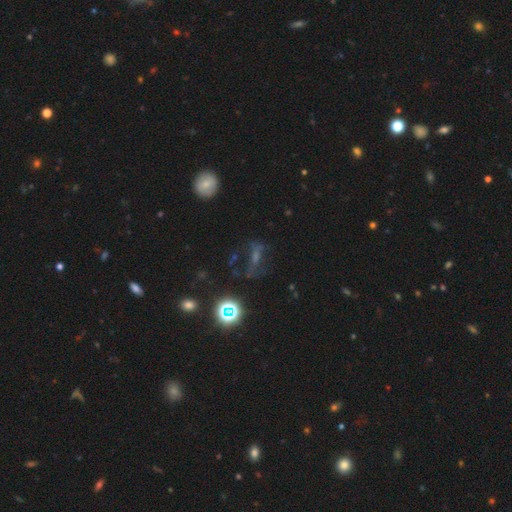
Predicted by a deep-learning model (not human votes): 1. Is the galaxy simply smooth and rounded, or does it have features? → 42% featured or disk, 35% star or artifact, 23% smooth.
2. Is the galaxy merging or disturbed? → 66% none, 15% minor disturbance, 15% major disturbance, 4% merger.